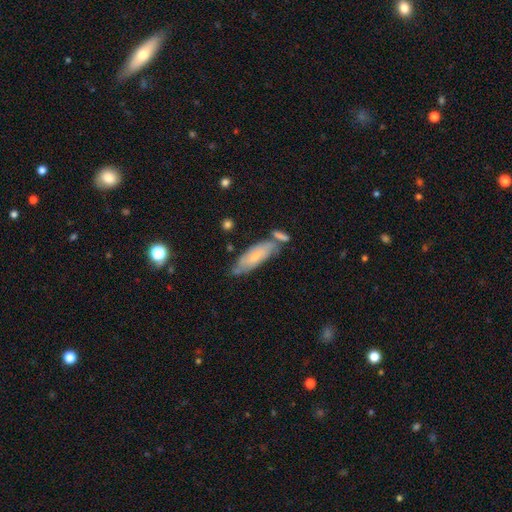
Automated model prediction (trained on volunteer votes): smooth 52%, featured or disk 41%, star or artifact 7%. Down the decision tree: how rounded — in between (57%); merging — none (56%).